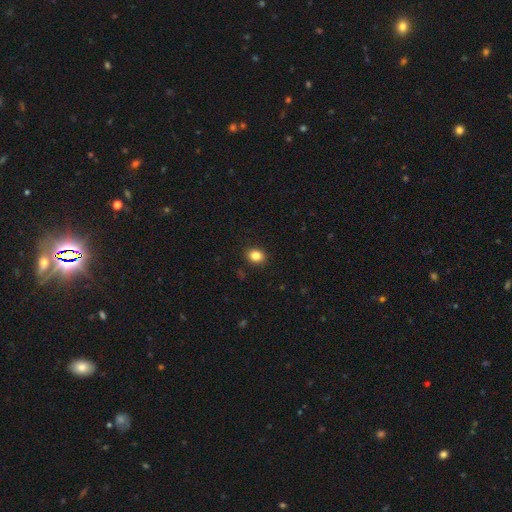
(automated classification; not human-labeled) Smooth or featured? smooth (85%)
How rounded? in between (53%)
Merging? none (90%)